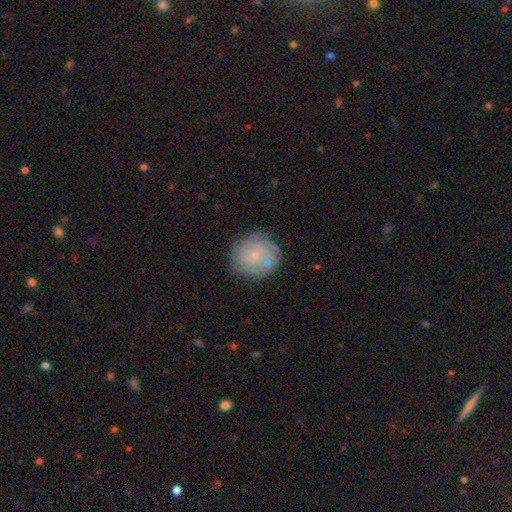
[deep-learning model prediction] Overall: featured or disk (53%; smooth 38%). Edge-on disk: no (97%). Bar: no (84%). Spiral arms: yes (79%). Bulge size: small (81%). Merging: none (80%).